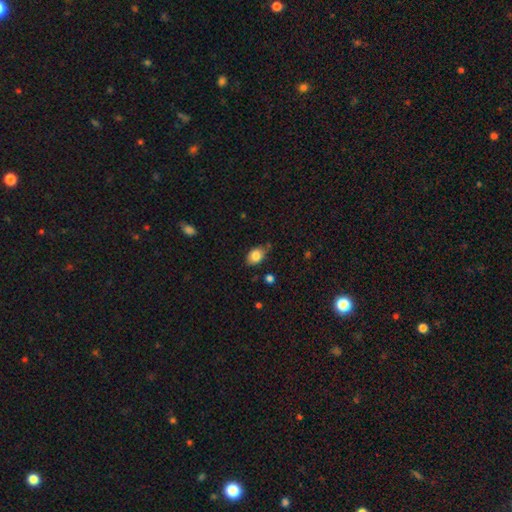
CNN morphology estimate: Smooth or featured? smooth (83%)
How rounded? in between (80%)
Merging? none (69%)